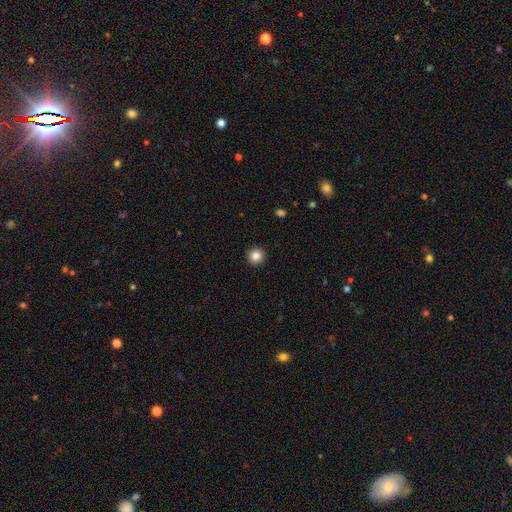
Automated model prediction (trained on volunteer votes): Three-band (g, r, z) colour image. It shows a smooth galaxy with no disk features (84%) that is round (96%). Merging: none (94%).